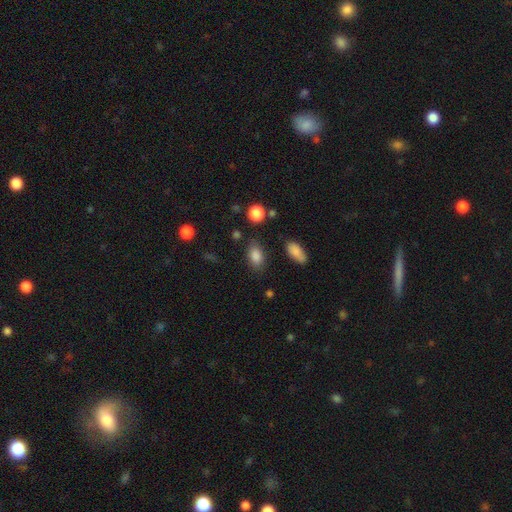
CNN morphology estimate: smooth-or-featured: smooth: 85% | star or artifact: 9% | featured or disk: 6%
  how-rounded: in between: 88% | round: 10% | cigar-shaped: 3%
  merging: none: 78% | minor disturbance: 14% | major disturbance: 4% | merger: 3%